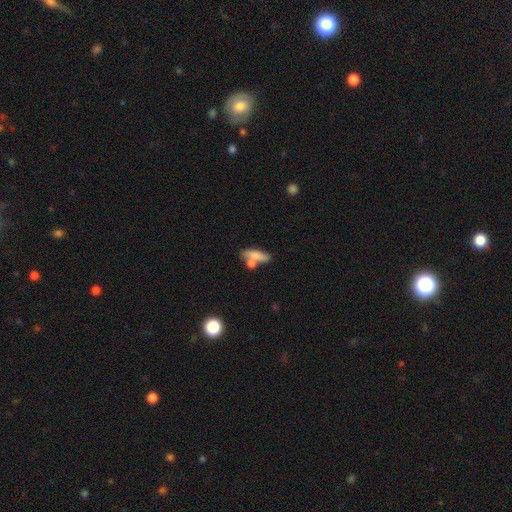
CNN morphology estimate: Smooth or featured? Predicted: smooth (p=0.75). How rounded? Predicted: in between (p=0.51). Merging? Predicted: none (p=0.54).